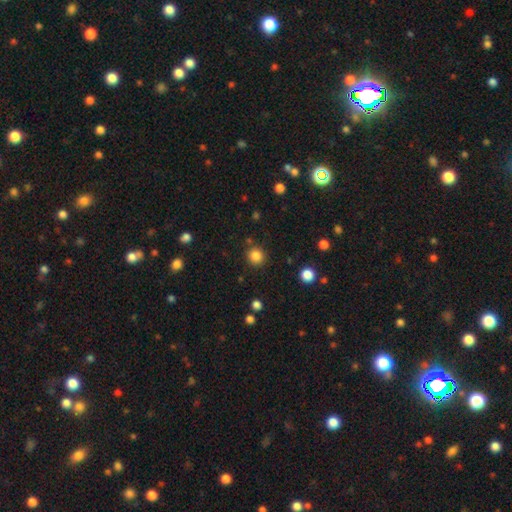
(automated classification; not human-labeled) This appears to be a smooth galaxy with no disk features (84%) that is round (92%). Merging: none (88%).